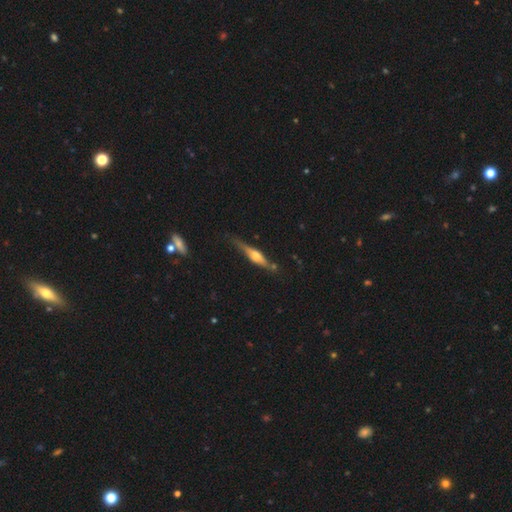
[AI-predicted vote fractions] The model was most divided on "smooth or featured": featured or disk: 68%, smooth: 26%, star or artifact: 6%. More confident: edge-on disk — yes (95%); edge-on bulge — rounded (86%); merging — none (72%).